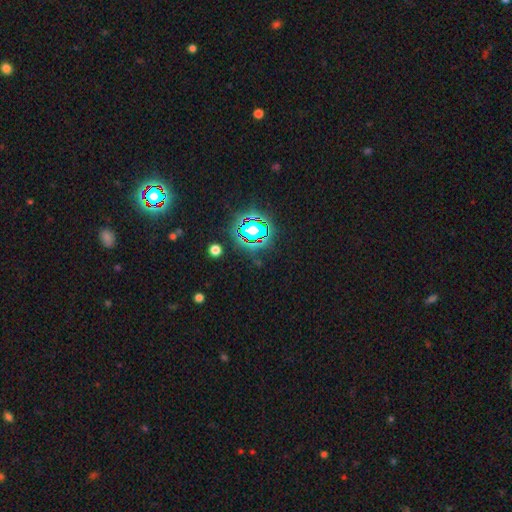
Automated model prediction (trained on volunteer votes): smooth-or-featured: star or artifact: 81% | smooth: 11% | featured or disk: 7%